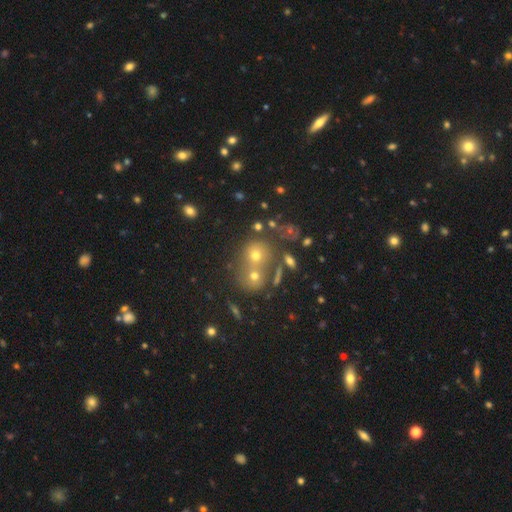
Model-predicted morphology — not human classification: Smooth or featured: smooth — 57% (star or artifact — 25%)
How rounded: round — 76% (in between — 23%)
Merging: none — 48% (merger — 38%)